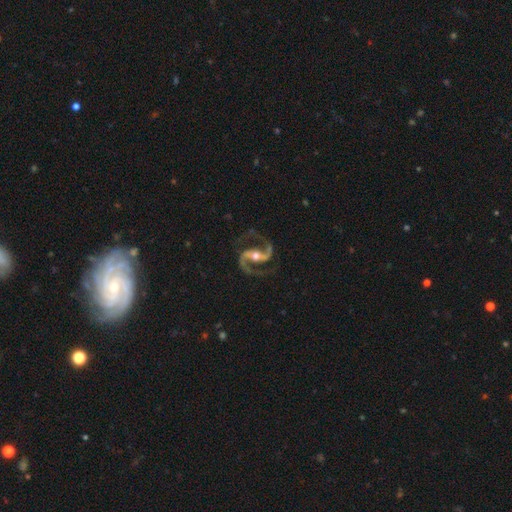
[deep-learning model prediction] Smooth or featured? featured or disk (94%)
Edge-on disk? no (98%)
Bar? strong (50%)
Spiral arms? yes (98%)
Spiral winding? medium (63%)
Spiral arm count? 2 (95%)
Bulge size? moderate (68%)
Merging? none (82%)